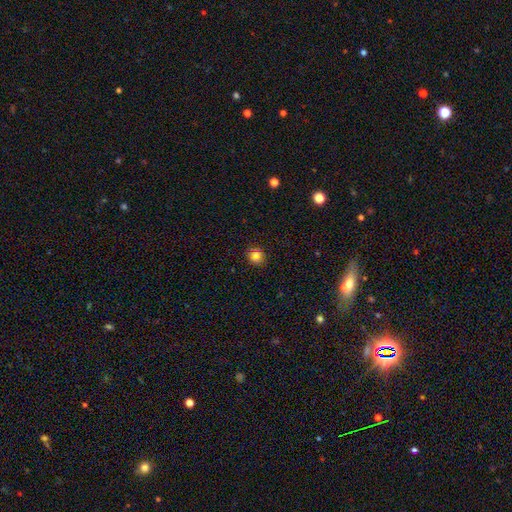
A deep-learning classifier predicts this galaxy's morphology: smooth_or_featured: smooth (p=0.70) [alt: star or artifact p=0.21]
how_rounded: round (p=0.83) [alt: in between p=0.16]
merging: none (p=0.87) [alt: minor disturbance p=0.08]